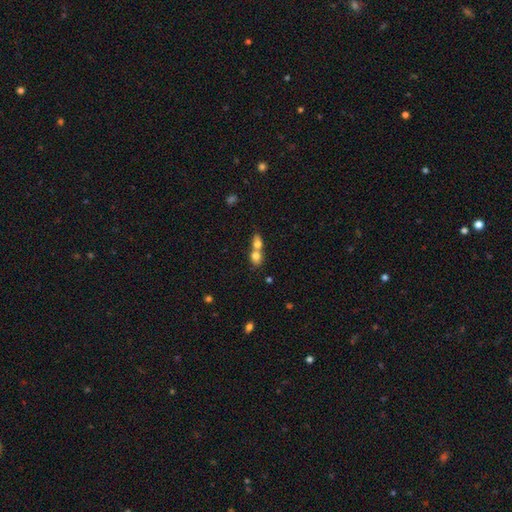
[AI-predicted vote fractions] Smooth or featured? smooth (74%)
How rounded? round (52%)
Merging? merger (72%)